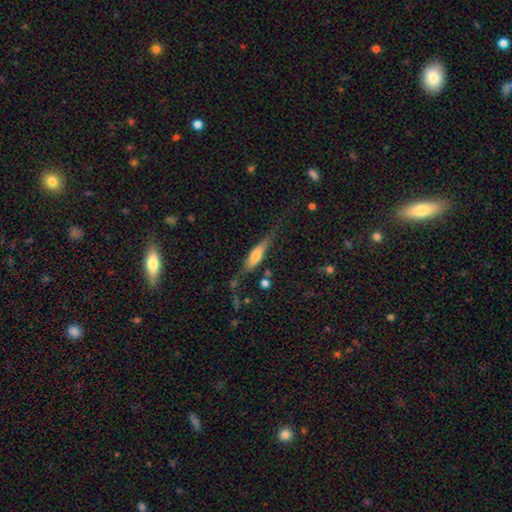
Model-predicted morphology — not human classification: Smooth or featured? smooth (47%)
Merging? none (65%)